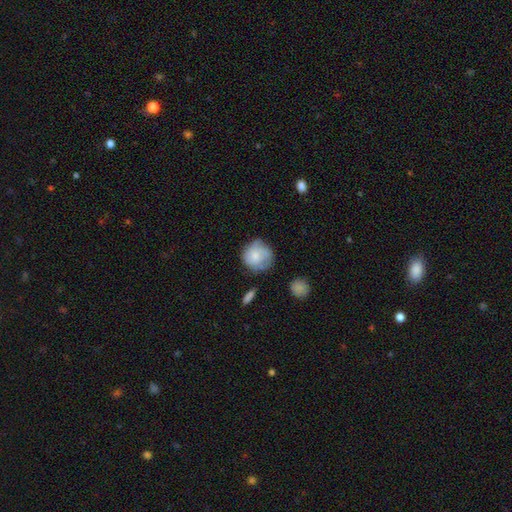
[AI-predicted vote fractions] smooth 67%, featured or disk 25%, star or artifact 7%. Down the decision tree: how rounded — round (88%); merging — none (61%).